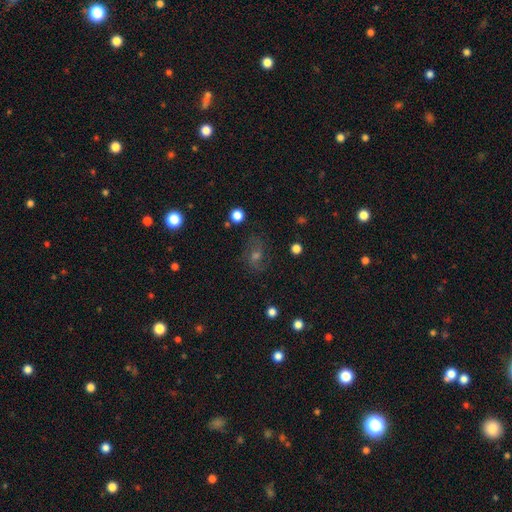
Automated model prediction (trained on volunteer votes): Smooth or featured?
  - featured or disk: 42% *
  - star or artifact: 29%
  - smooth: 29%
Merging?
  - none: 75% *
  - minor disturbance: 15%
  - major disturbance: 8%
  - merger: 2%